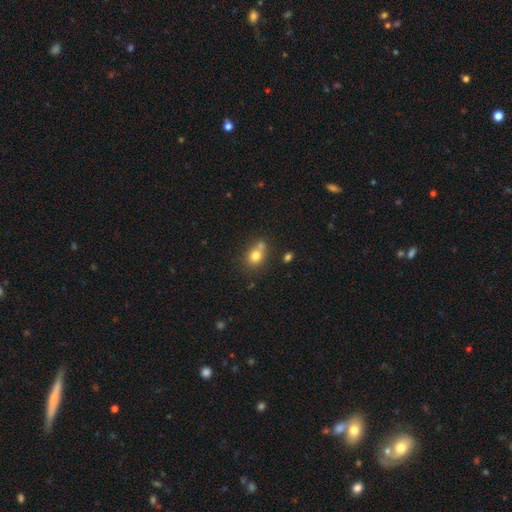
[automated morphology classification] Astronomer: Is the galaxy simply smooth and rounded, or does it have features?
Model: smooth — 77%.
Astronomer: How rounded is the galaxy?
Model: round — 63%.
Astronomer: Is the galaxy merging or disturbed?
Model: none — 49% (runner-up: merger, 36%).